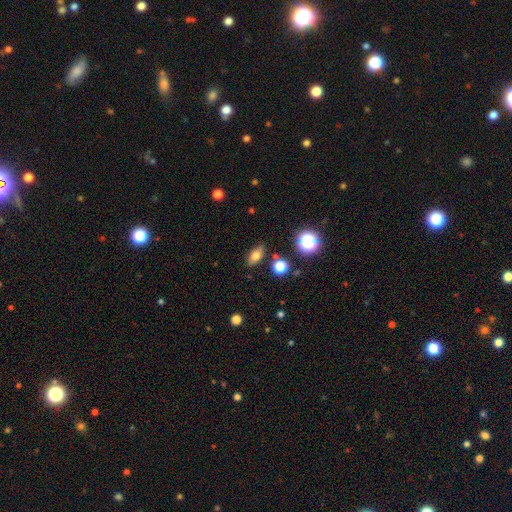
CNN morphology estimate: smooth 75%, star or artifact 13%, featured or disk 11%. Down the decision tree: how rounded — in between (79%); merging — none (84%).